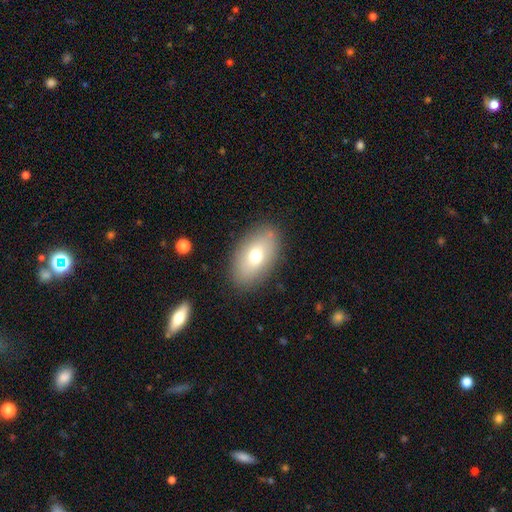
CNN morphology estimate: This is likely a smooth galaxy (69%). How rounded: clearly in between (90%). Merging: clearly none (85%).